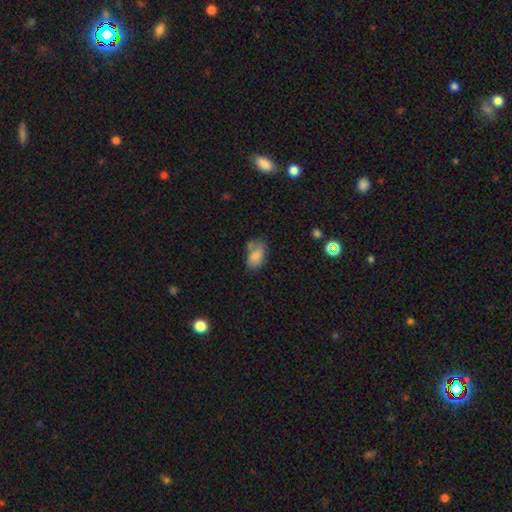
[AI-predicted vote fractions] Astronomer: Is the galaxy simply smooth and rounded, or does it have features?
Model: smooth — 82%.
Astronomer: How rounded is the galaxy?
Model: in between — 89%.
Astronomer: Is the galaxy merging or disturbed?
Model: none — 51%.